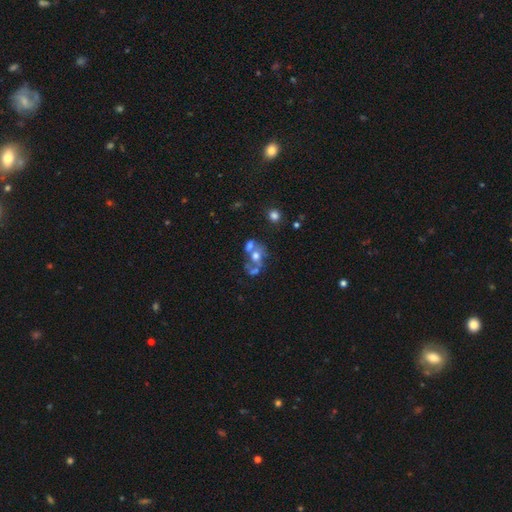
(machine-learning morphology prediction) smooth_or_featured: featured or disk (p=0.44) [alt: smooth p=0.40]
merging: merger (p=0.47) [alt: none p=0.29]